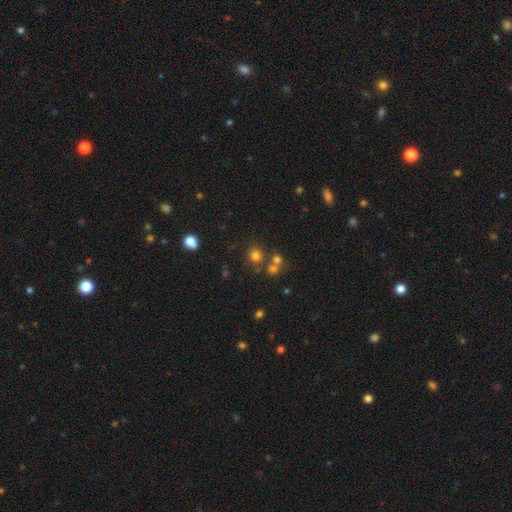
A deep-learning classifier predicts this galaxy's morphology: This is likely a smooth galaxy (73%). How rounded: clearly round (83%). Merging: likely none (71%).